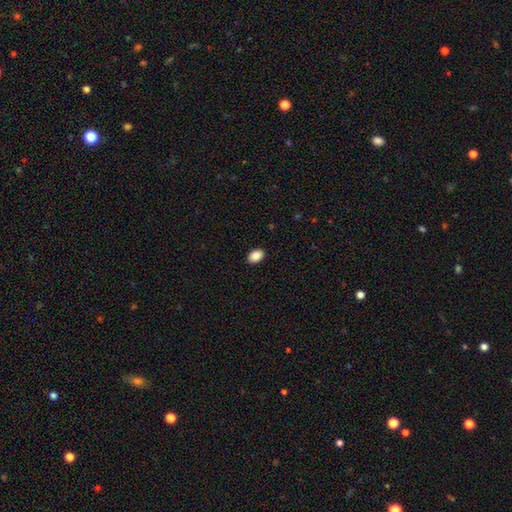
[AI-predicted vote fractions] The model was most divided on "how rounded": in between: 85%, round: 14%, cigar-shaped: 1%. More confident: merging — none (91%); smooth or featured — smooth (87%).